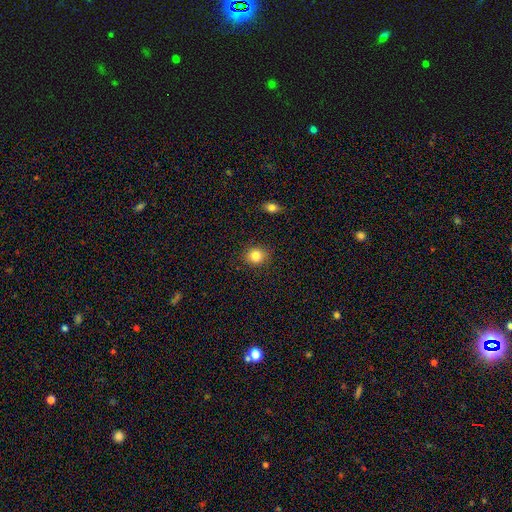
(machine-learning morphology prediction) smooth 84%, star or artifact 10%, featured or disk 6%. Down the decision tree: how rounded — round (73%); merging — none (87%).